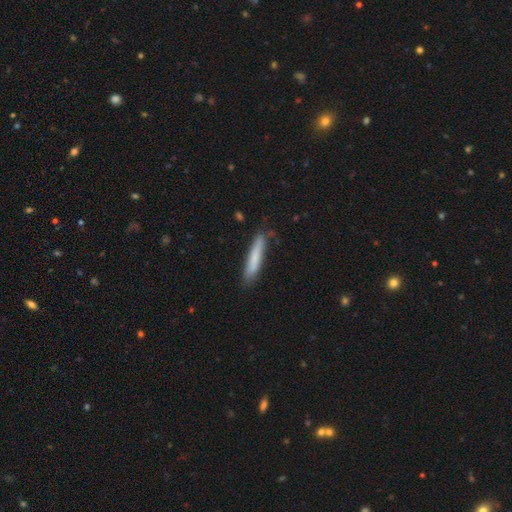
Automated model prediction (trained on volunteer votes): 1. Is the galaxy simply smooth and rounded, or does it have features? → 76% smooth, 18% featured or disk, 6% star or artifact.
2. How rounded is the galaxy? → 91% cigar-shaped, 7% in between, 1% round.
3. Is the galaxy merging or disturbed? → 76% none, 18% minor disturbance, 3% major disturbance, 2% merger.